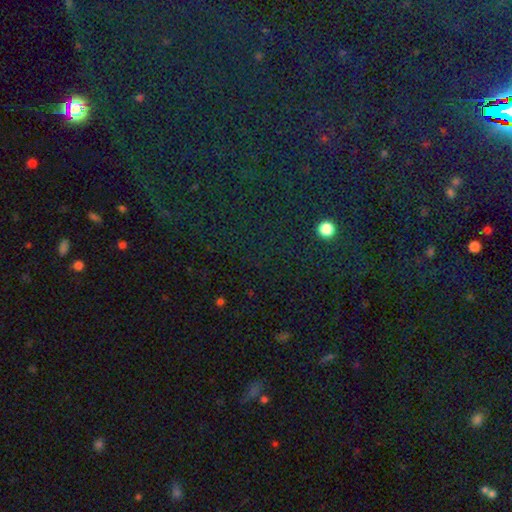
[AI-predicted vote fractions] A star or artifact, not a galaxy (81%).